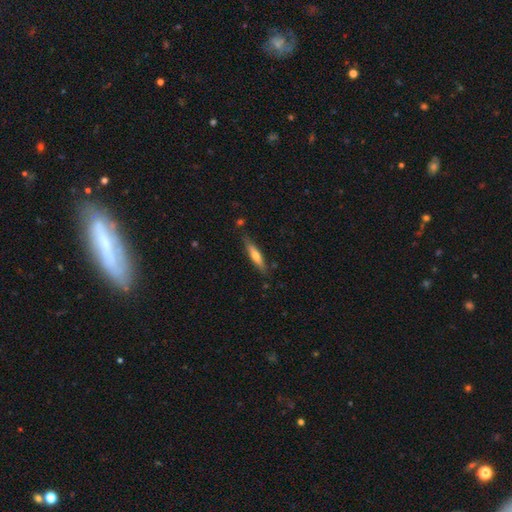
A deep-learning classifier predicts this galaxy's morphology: A smooth galaxy with no disk features (52%) that is cigar-shaped (84%).

Vote fractions:
- Smooth or featured? smooth: 52% / featured or disk: 42% / star or artifact: 6%
- How rounded? cigar-shaped: 84% / in between: 14% / round: 2%
- Merging? none: 80% / minor disturbance: 14% / major disturbance: 3% / merger: 3%